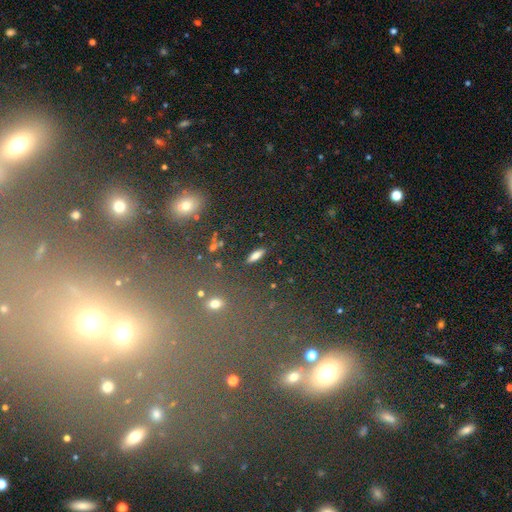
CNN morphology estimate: The model was most divided on "how rounded": in between: 52%, cigar-shaped: 44%, round: 4%. More confident: merging — none (89%); smooth or featured — smooth (72%).